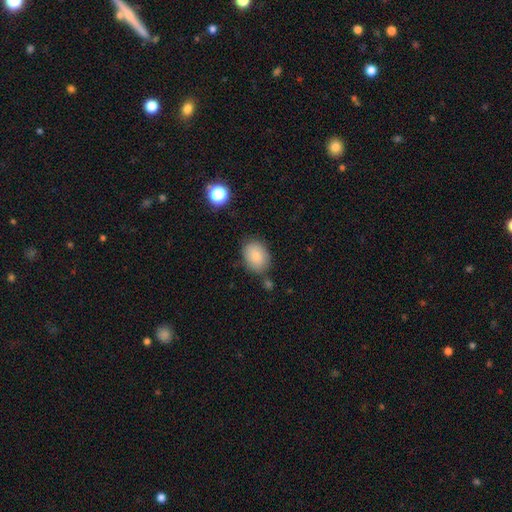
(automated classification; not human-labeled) Q: Smooth or featured?
A: smooth (83%); runner-up: featured or disk (8%)
Q: How rounded?
A: in between (68%); runner-up: round (31%)
Q: Merging?
A: none (74%); runner-up: minor disturbance (17%)